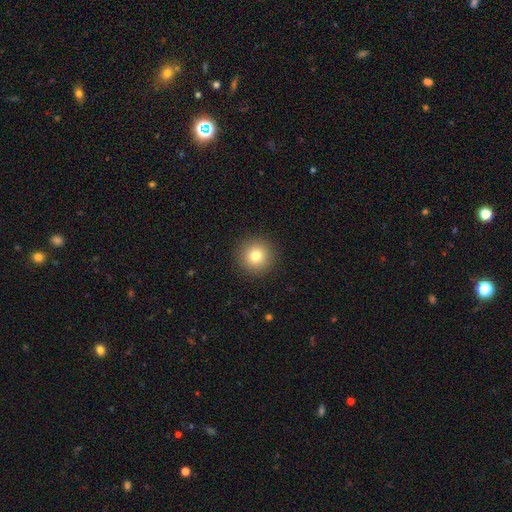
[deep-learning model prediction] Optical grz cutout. It shows a smooth galaxy with no disk features (80%) that is round (96%). Merging: none (92%).